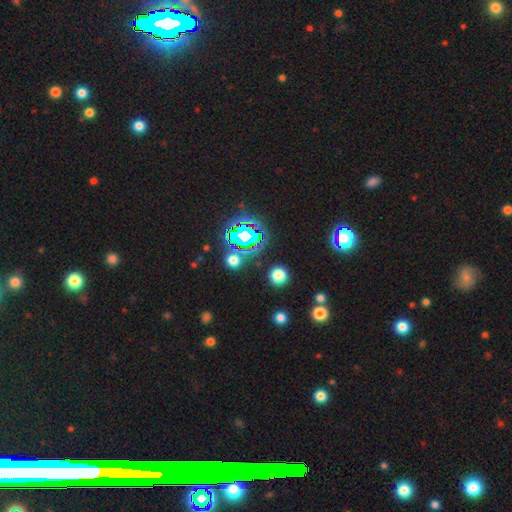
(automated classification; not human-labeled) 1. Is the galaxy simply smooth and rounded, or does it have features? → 82% star or artifact, 11% smooth, 8% featured or disk.